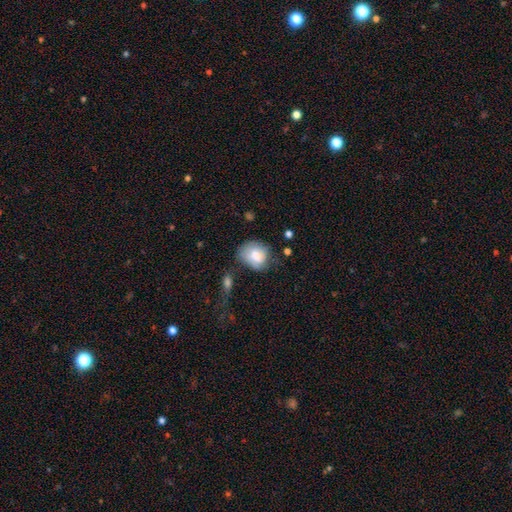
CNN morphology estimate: smooth_or_featured: smooth (p=0.78) [alt: featured or disk p=0.14]
how_rounded: round (p=0.55) [alt: in between p=0.44]
merging: none (p=0.49) [alt: minor disturbance p=0.31]